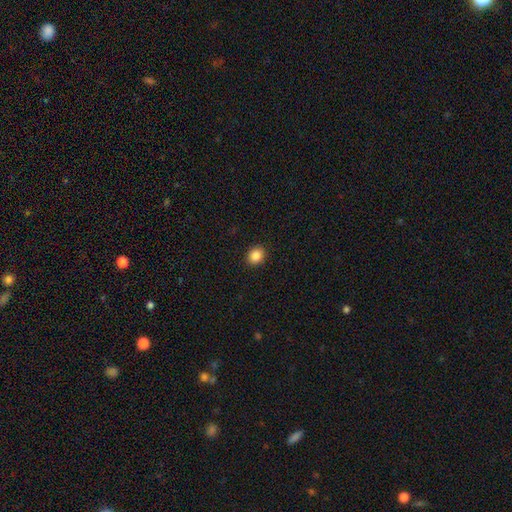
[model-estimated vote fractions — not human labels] This appears to be a smooth galaxy with no disk features (86%) that is round (64%). Merging: none (91%).